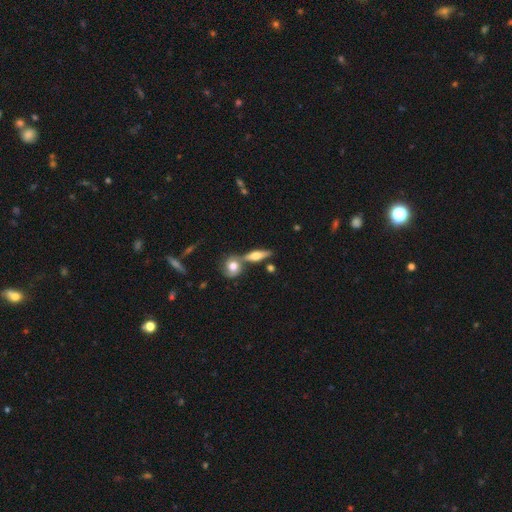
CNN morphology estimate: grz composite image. It shows a featured or disk galaxy (55%) viewed edge-on (89%). Merging: none (58%).